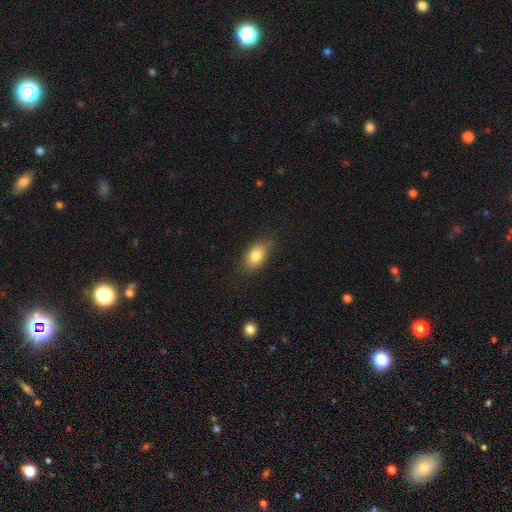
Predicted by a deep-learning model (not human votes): smooth-or-featured: smooth: 82% | featured or disk: 10% | star or artifact: 8%
  how-rounded: in between: 88% | round: 9% | cigar-shaped: 3%
  merging: none: 79% | minor disturbance: 16% | major disturbance: 3% | merger: 1%